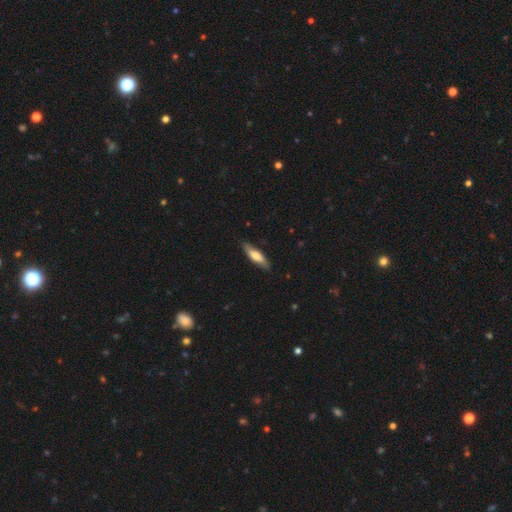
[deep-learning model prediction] Q: Smooth or featured?
A: smooth (61%); runner-up: featured or disk (34%)
Q: How rounded?
A: cigar-shaped (61%); runner-up: in between (37%)
Q: Merging?
A: none (83%); runner-up: minor disturbance (13%)